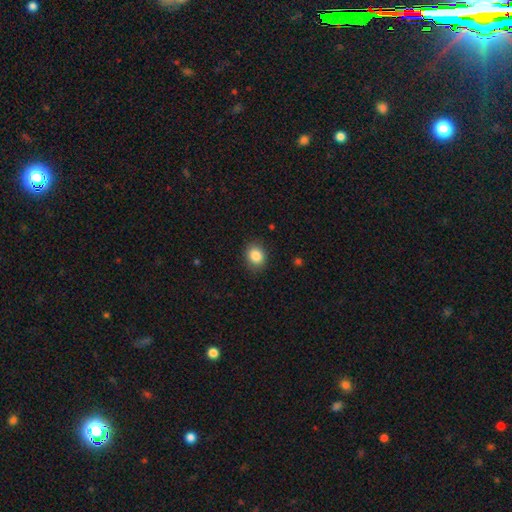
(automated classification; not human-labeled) smooth 86%, star or artifact 9%, featured or disk 5%. Down the decision tree: how rounded — round (57%); merging — none (85%).